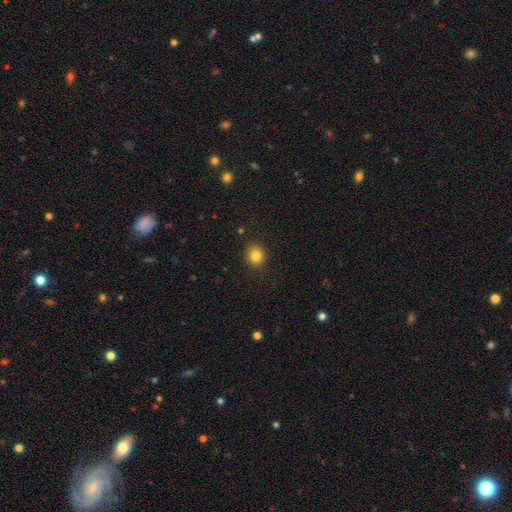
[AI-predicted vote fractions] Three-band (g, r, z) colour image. It shows a smooth galaxy with no disk features (83%) that is round (78%). Merging: none (90%).